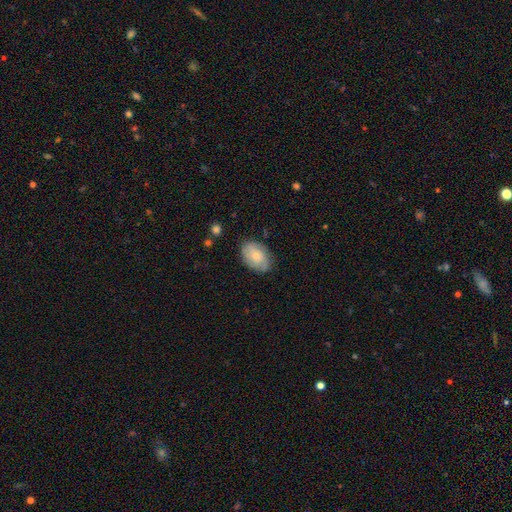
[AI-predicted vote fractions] Smooth or featured? smooth (60%)
How rounded? in between (84%)
Merging? none (76%)